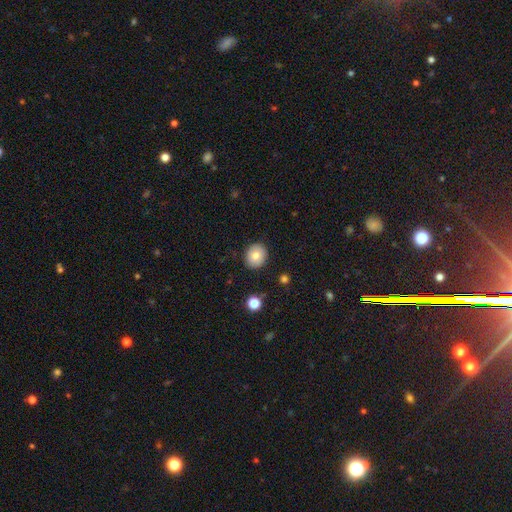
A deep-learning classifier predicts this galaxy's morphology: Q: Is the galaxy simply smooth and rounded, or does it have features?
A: smooth — 78%.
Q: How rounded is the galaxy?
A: round — 77%.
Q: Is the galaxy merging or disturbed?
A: none — 89%.